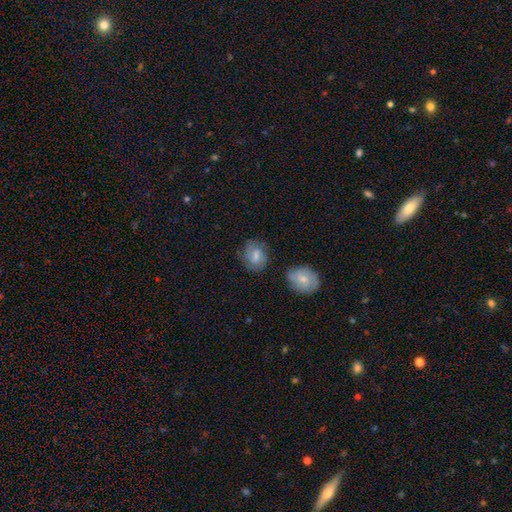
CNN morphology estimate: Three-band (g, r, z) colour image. It shows a smooth galaxy with no disk features (55%) that is round (50%). Merging: none (70%).